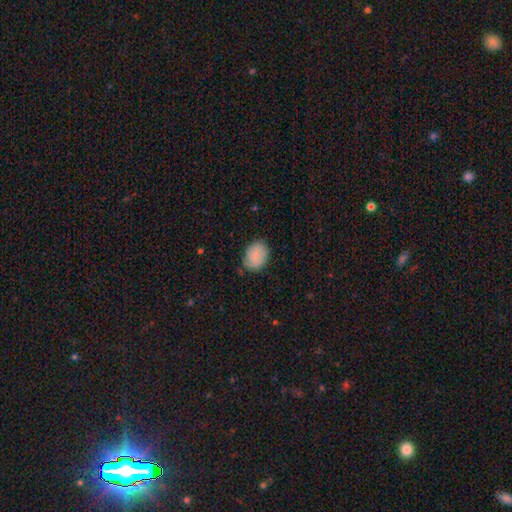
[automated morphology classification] A smooth galaxy with no disk features (87%) that is in between round and cigar-shaped (68%). Merging: none (77%).